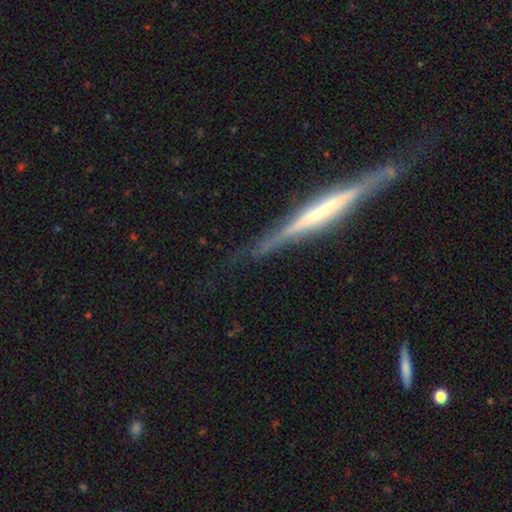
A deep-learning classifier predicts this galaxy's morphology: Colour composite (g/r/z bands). It shows a featured or disk galaxy (74%) viewed edge-on (96%) with no central bulge (58%). Merging: none (77%).